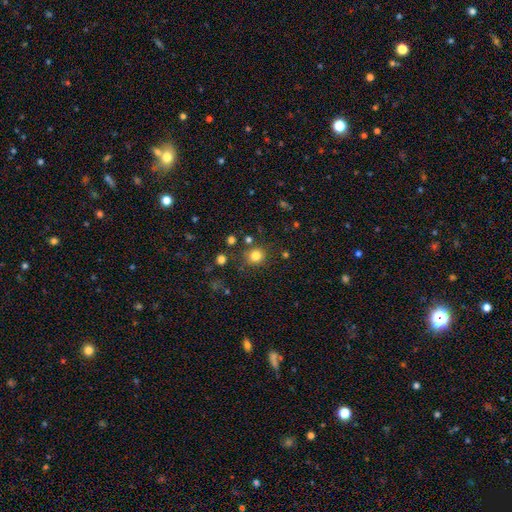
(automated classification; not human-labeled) Smooth or featured?
  - smooth: 81% *
  - star or artifact: 14%
  - featured or disk: 5%
How rounded?
  - round: 90% *
  - in between: 9%
  - cigar-shaped: 1%
Merging?
  - none: 82% *
  - minor disturbance: 9%
  - merger: 5%
  - major disturbance: 4%